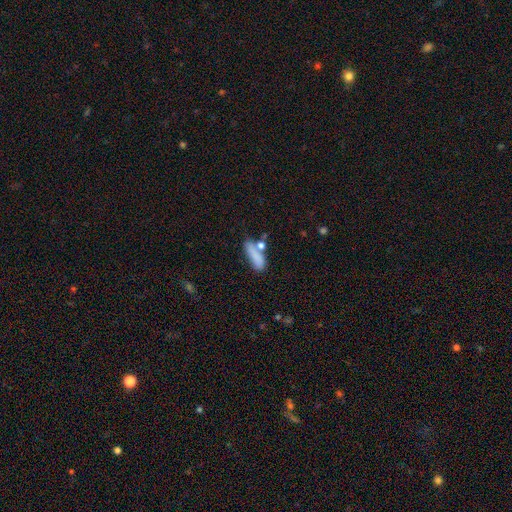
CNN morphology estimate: smooth_or_featured: smooth (p=0.77) [alt: featured or disk p=0.14]
how_rounded: in between (p=0.53) [alt: cigar-shaped p=0.43]
merging: none (p=0.43) [alt: merger p=0.25]